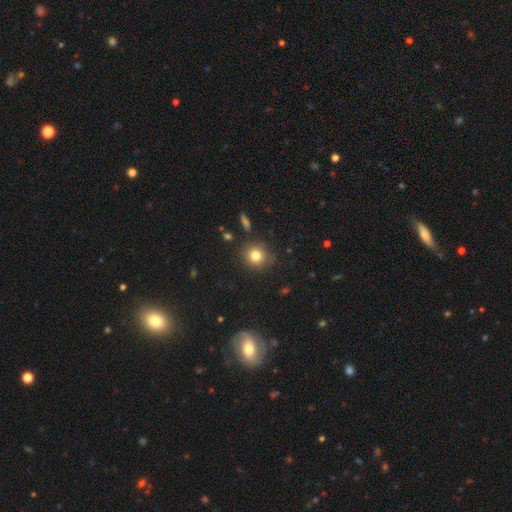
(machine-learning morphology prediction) Smooth or featured?
  - smooth: 82% *
  - star or artifact: 11%
  - featured or disk: 7%
How rounded?
  - round: 87% *
  - in between: 12%
  - cigar-shaped: 1%
Merging?
  - none: 83% *
  - minor disturbance: 11%
  - major disturbance: 3%
  - merger: 3%